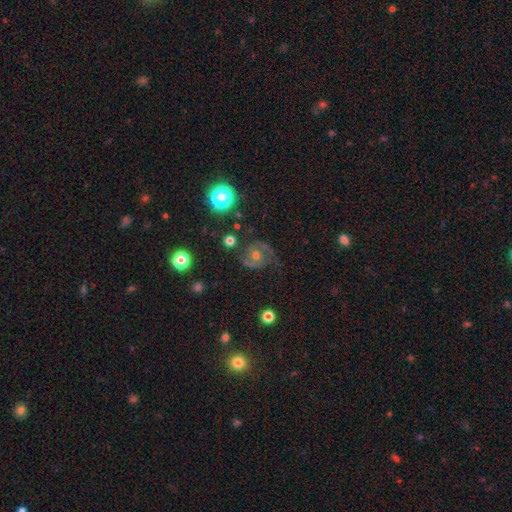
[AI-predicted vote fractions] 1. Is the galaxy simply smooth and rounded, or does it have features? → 74% featured or disk, 14% smooth, 12% star or artifact.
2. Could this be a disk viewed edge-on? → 97% no, 3% yes.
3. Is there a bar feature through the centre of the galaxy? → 72% no, 23% weak, 6% strong.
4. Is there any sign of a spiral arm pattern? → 92% yes, 8% no.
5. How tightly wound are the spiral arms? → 47% medium, 38% tight, 14% loose.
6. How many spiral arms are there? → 81% 2, 7% can't tell, 7% 1, 3% 3, 1% 4, 1% more than 4.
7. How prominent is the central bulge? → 68% moderate, 24% small, 5% large, 2% none, 1% dominant.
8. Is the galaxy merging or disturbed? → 71% none, 17% minor disturbance, 10% major disturbance, 2% merger.